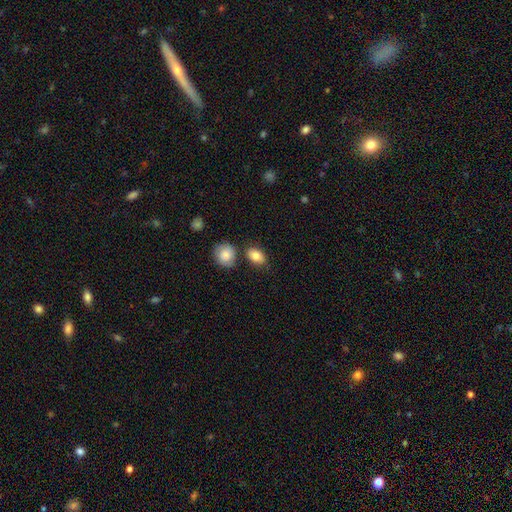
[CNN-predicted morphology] A smooth galaxy with no disk features (83%) that is in between round and cigar-shaped (78%).

Vote fractions:
- Smooth or featured? smooth: 83% / featured or disk: 9% / star or artifact: 8%
- How rounded? in between: 78% / round: 20% / cigar-shaped: 2%
- Merging? none: 69% / minor disturbance: 16% / merger: 11% / major disturbance: 4%